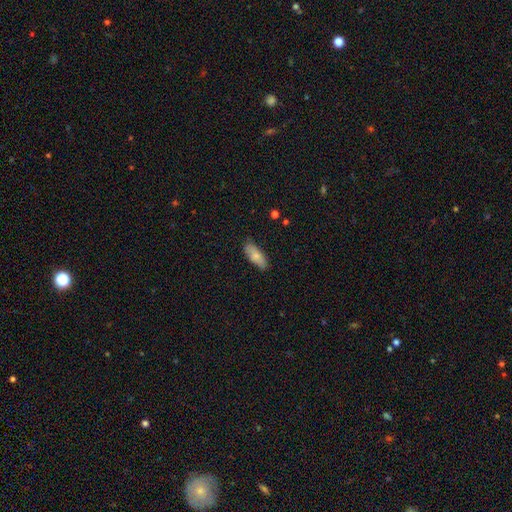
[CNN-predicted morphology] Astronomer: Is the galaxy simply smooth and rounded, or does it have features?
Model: smooth — 79%.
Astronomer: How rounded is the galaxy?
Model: in between — 74%.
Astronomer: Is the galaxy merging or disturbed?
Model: none — 80%.